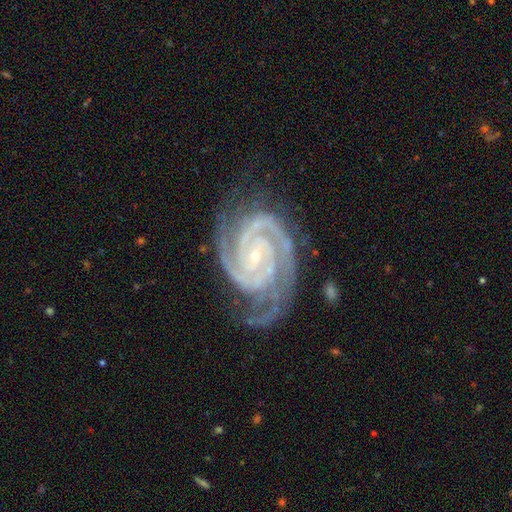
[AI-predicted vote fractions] This appears to be a featured or disk galaxy (94%) with no bar (54%), 2 (59%) tight (77%) spiral arms (99%) and a small central bulge (84%). Merging: none (70%).